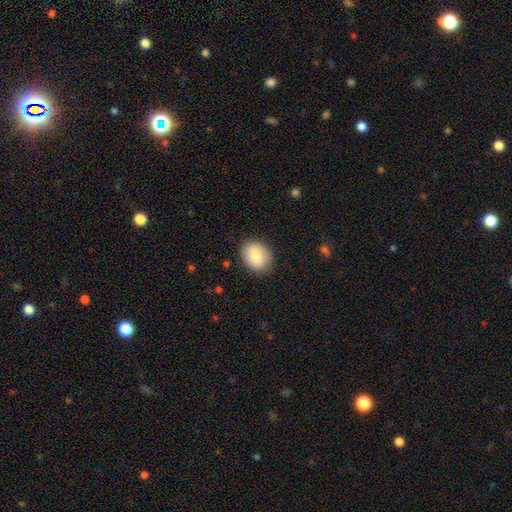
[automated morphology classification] Overall: smooth (80%). How rounded: in between (50%; round 49%). Merging: none (84%).